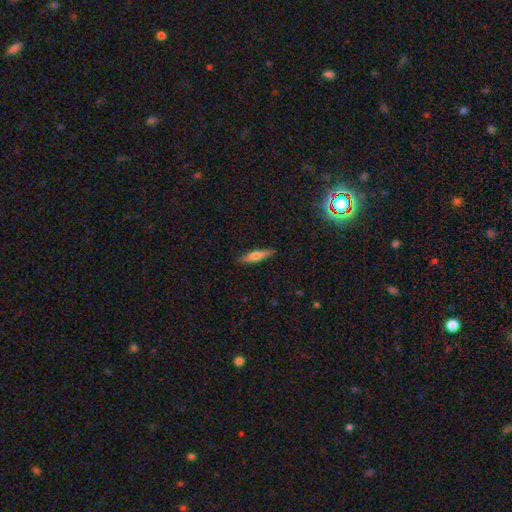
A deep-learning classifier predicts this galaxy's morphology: smooth_or_featured: smooth (p=0.64) [alt: featured or disk p=0.30]
how_rounded: cigar-shaped (p=0.80) [alt: in between p=0.18]
merging: none (p=0.88) [alt: minor disturbance p=0.09]